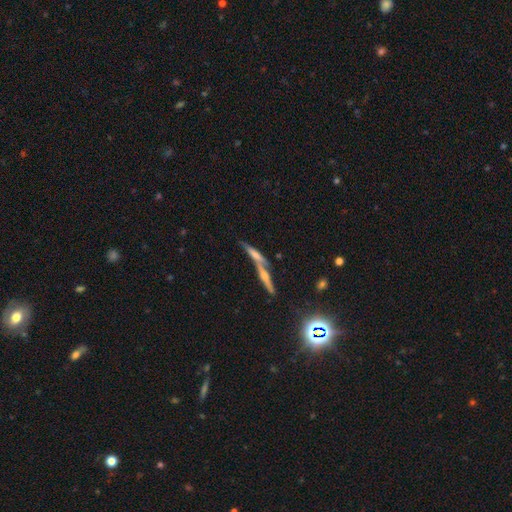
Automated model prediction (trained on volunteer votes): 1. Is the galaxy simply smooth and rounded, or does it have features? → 53% featured or disk, 25% smooth, 22% star or artifact.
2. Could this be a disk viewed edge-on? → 84% yes, 16% no.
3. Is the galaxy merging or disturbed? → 46% none, 39% merger, 9% minor disturbance, 6% major disturbance.